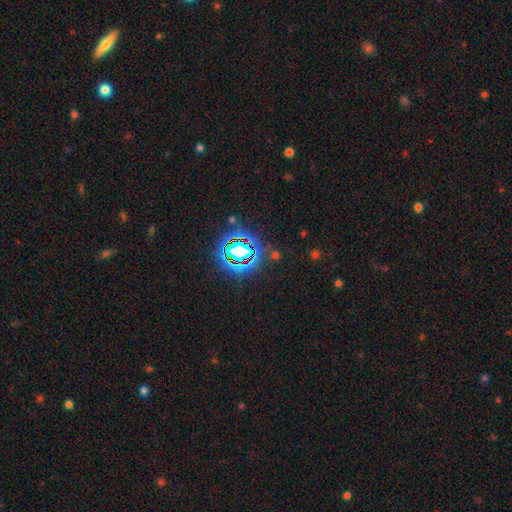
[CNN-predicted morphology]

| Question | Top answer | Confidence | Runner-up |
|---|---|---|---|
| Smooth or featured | star or artifact | 82% | smooth (11%) |